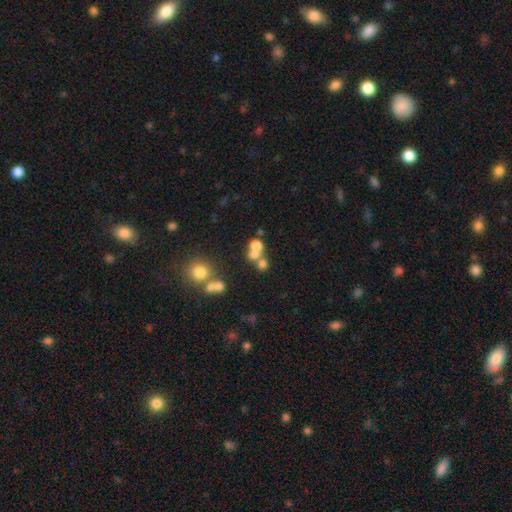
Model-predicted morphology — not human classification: Q: Smooth or featured?
A: smooth (61%); runner-up: star or artifact (20%)
Q: How rounded?
A: round (78%); runner-up: in between (21%)
Q: Merging?
A: merger (50%); runner-up: none (37%)